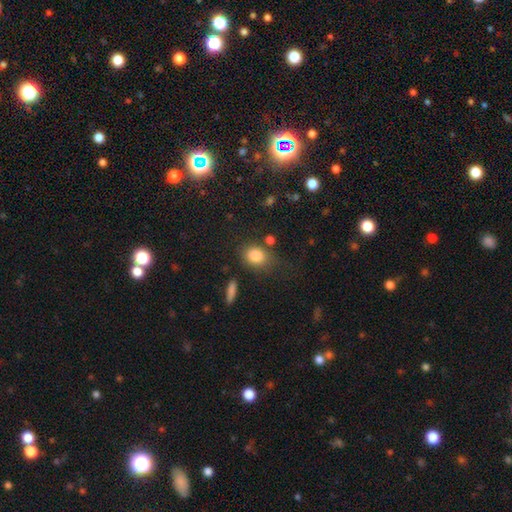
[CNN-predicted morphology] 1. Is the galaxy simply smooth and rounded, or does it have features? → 84% smooth, 9% star or artifact, 6% featured or disk.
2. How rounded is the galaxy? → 51% round, 47% in between, 2% cigar-shaped.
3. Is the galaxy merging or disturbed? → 66% none, 19% minor disturbance, 8% major disturbance, 7% merger.